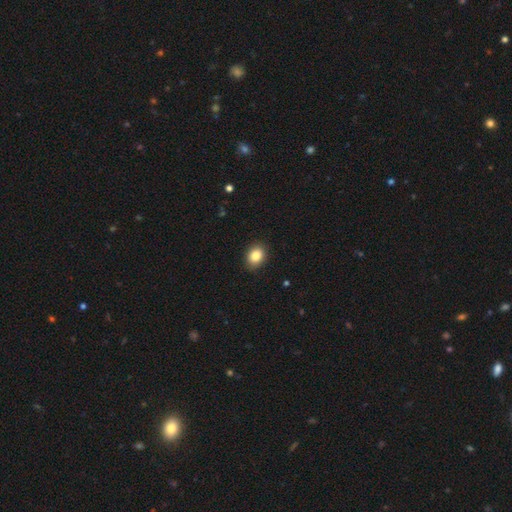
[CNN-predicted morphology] smooth_or_featured: smooth (p=0.86) [alt: star or artifact p=0.09]
how_rounded: in between (p=0.59) [alt: round p=0.40]
merging: none (p=0.87) [alt: minor disturbance p=0.10]